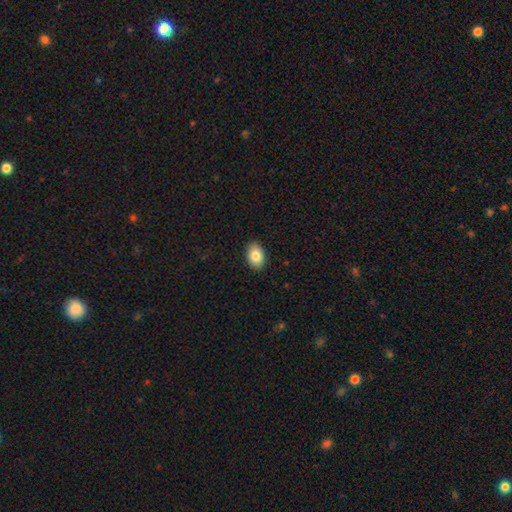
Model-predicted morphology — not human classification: Smooth or featured?
  - smooth: 83% *
  - featured or disk: 9%
  - star or artifact: 8%
How rounded?
  - in between: 87% *
  - round: 12%
  - cigar-shaped: 1%
Merging?
  - none: 90% *
  - minor disturbance: 7%
  - major disturbance: 2%
  - merger: 1%